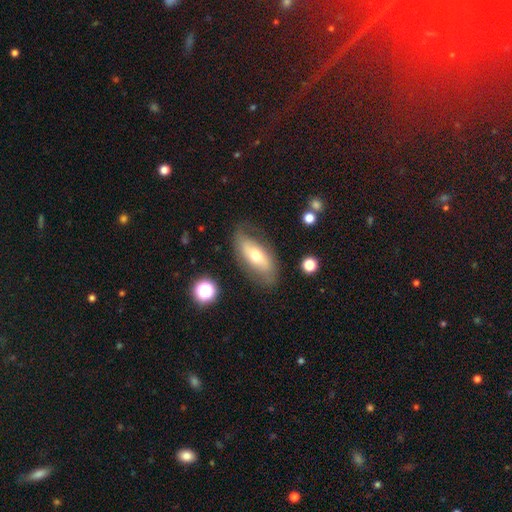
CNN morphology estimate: Overall: smooth (47%; featured or disk 45%). Merging: none (70%).